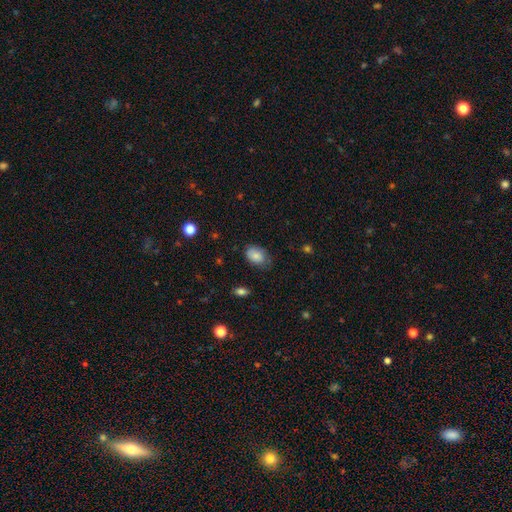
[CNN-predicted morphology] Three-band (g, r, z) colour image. It shows a smooth galaxy with no disk features (82%) that is in between round and cigar-shaped (84%). Merging: none (65%).